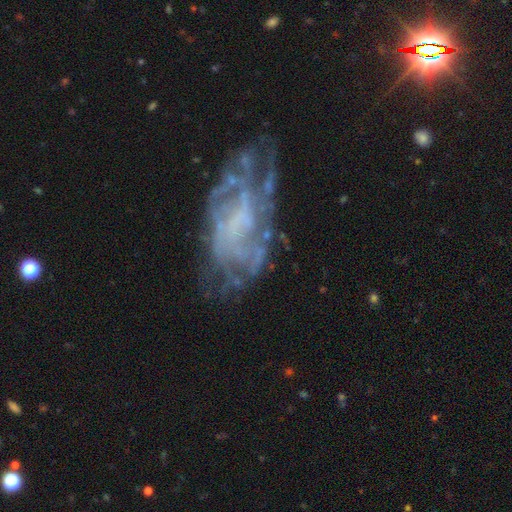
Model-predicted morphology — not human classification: smooth-or-featured: featured or disk: 70% | smooth: 16% | star or artifact: 14%
  disk-edge-on: no: 96% | yes: 4%
    bar: no: 64% | weak: 24% | strong: 11%
    has-spiral-arms: yes: 59% | no: 41%
    bulge-size: none: 55% | small: 27% | moderate: 13% | large: 3% | dominant: 2%
  merging: none: 41% | major disturbance: 31% | minor disturbance: 21% | merger: 7%